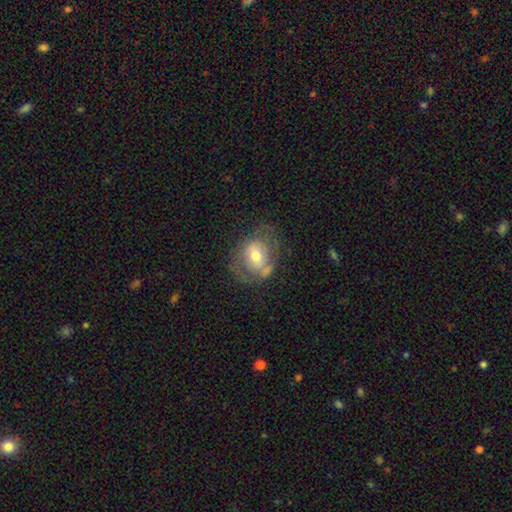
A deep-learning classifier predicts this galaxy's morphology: type=featured or disk (50%); merging=none (51%).